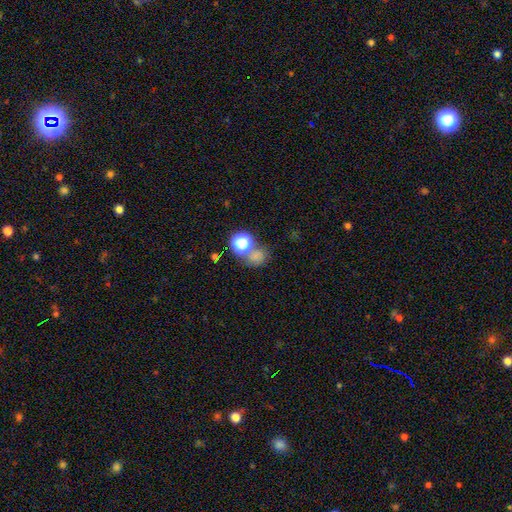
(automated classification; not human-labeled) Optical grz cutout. It shows a smooth galaxy with no disk features (67%) that is round (69%). Merging: none (55%).